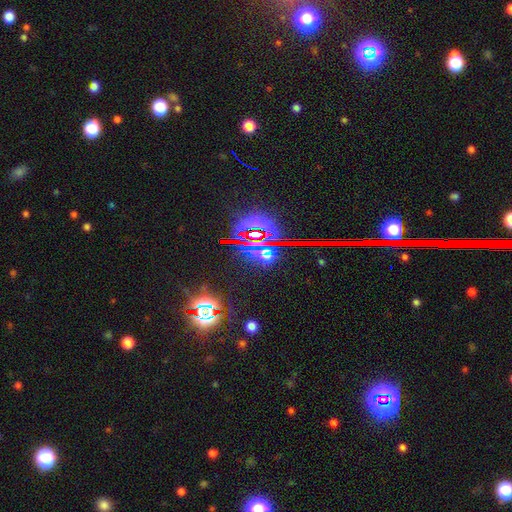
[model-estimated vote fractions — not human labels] This appears to be a star or artifact, not a galaxy (84%).